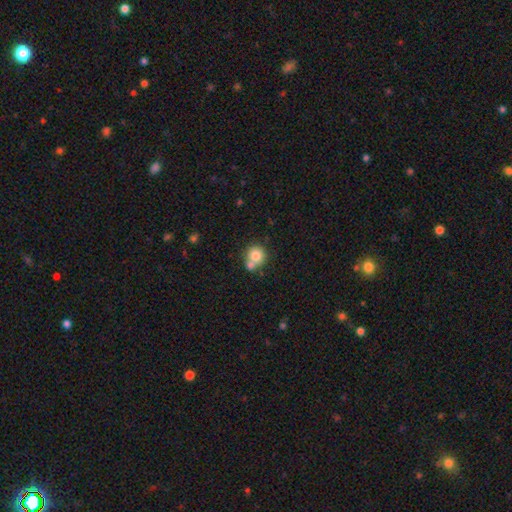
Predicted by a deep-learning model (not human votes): Smooth or featured? Predicted: smooth (p=0.79). How rounded? Predicted: round (p=0.87). Merging? Predicted: none (p=0.47).